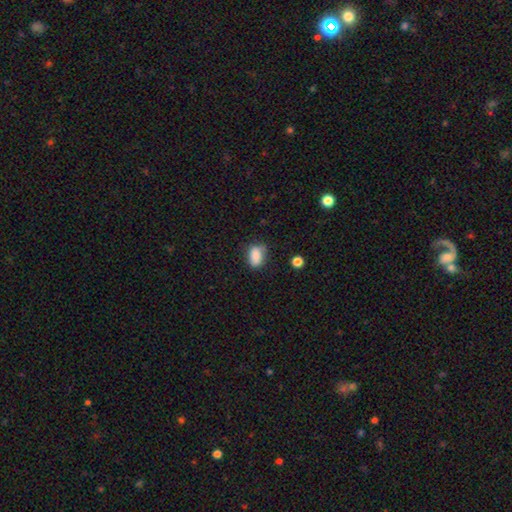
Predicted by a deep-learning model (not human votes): Smooth or featured?
  - smooth: 84% *
  - star or artifact: 9%
  - featured or disk: 7%
How rounded?
  - in between: 84% *
  - round: 14%
  - cigar-shaped: 2%
Merging?
  - none: 65% *
  - minor disturbance: 25%
  - major disturbance: 6%
  - merger: 4%